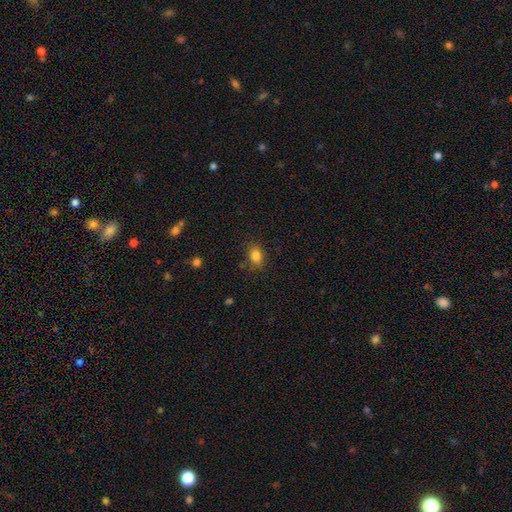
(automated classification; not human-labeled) Morphology: type=smooth (83%); roundness=in between (65%); merging=none (80%).